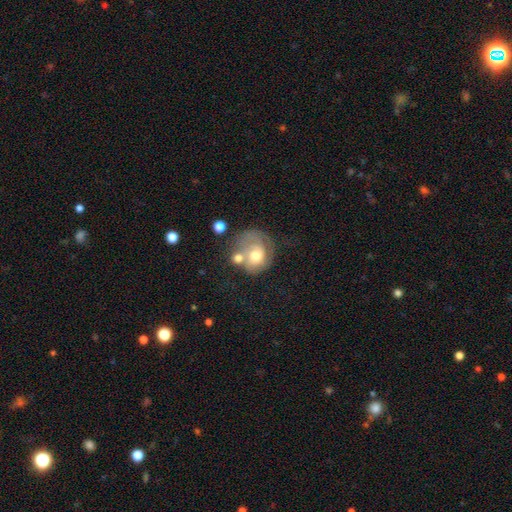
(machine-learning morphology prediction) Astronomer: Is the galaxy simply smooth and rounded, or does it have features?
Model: featured or disk — 52% (runner-up: smooth, 40%).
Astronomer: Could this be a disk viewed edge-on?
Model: no — 97%.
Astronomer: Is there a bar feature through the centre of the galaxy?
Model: no — 79%.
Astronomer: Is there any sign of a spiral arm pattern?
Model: yes — 61% (runner-up: no, 39%).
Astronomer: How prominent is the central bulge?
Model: moderate — 68%.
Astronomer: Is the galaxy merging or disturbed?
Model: none — 31% (runner-up: merger, 28%).